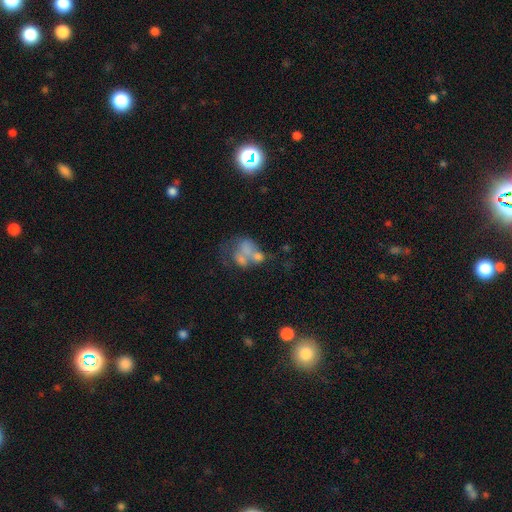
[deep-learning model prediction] smooth-or-featured: featured or disk: 41% | smooth: 40% | star or artifact: 19%
  merging: merger: 47% | none: 21% | major disturbance: 20% | minor disturbance: 12%